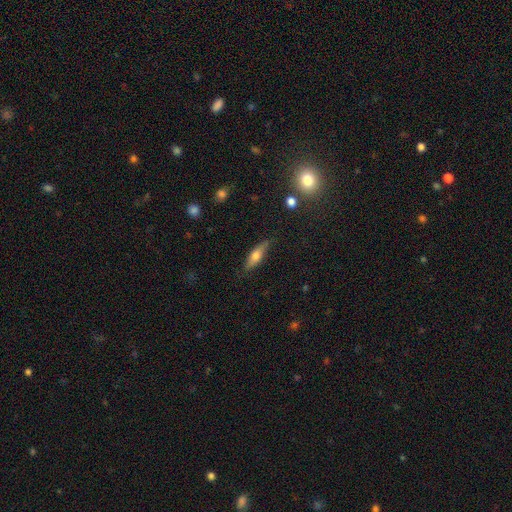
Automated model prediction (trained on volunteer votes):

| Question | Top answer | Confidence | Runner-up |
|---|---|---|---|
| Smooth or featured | smooth | 55% | featured or disk (39%) |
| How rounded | cigar-shaped | 57% | in between (40%) |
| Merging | none | 80% | minor disturbance (16%) |